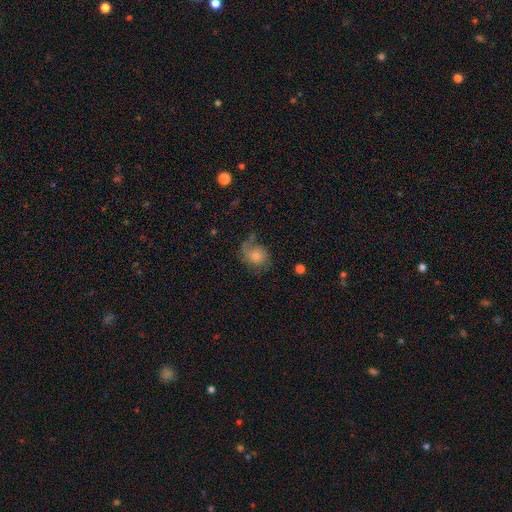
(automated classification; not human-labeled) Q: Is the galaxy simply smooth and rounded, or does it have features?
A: featured or disk — 60%.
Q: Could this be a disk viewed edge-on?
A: no — 97%.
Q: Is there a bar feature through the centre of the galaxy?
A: no — 75%.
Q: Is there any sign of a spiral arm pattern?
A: yes — 89%.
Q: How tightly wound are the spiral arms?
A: loose — 39%, tied with medium.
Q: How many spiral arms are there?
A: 1 — 52%.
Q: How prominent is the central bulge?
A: moderate — 48%.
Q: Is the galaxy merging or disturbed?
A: none — 53%.